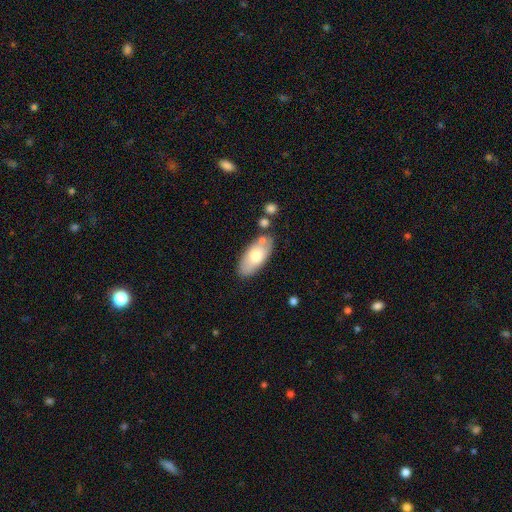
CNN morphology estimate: smooth 68%, featured or disk 26%, star or artifact 6%. Down the decision tree: how rounded — in between (89%); merging — none (72%).